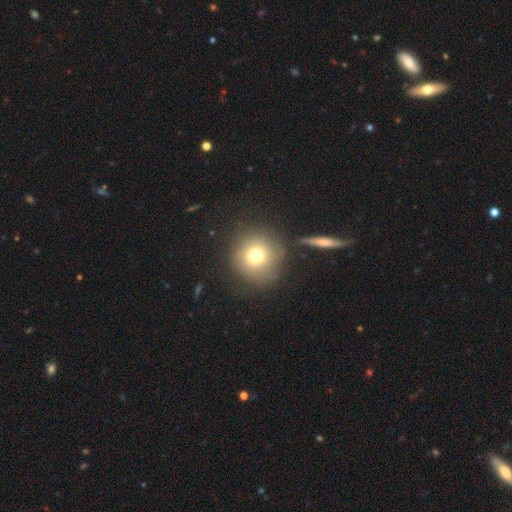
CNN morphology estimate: Overall: smooth (72%). How rounded: round (93%). Merging: none (78%).